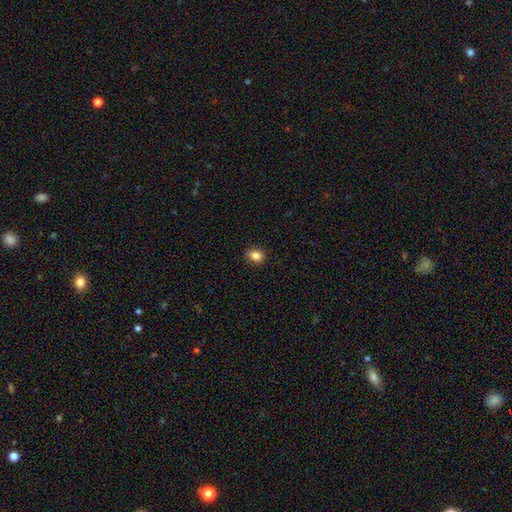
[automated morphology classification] This appears to be a smooth galaxy with no disk features (85%) that is in between round and cigar-shaped (51%). Merging: none (86%).